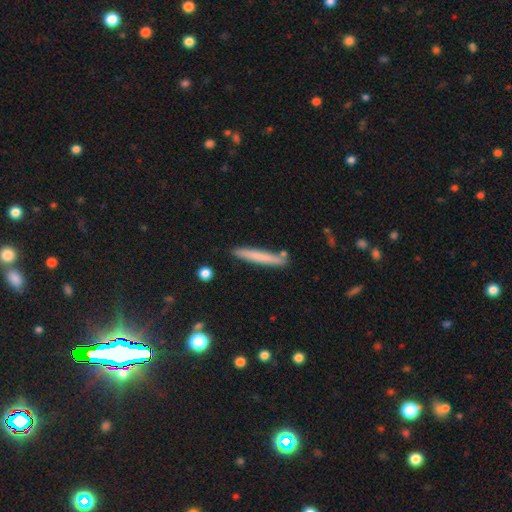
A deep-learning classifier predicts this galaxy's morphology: type=smooth (69%); roundness=cigar-shaped (96%); merging=none (85%).